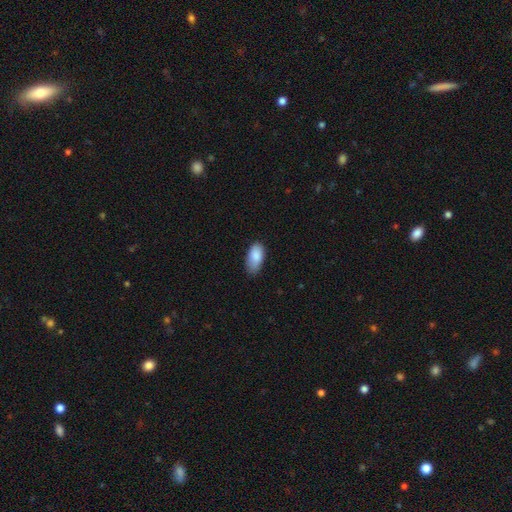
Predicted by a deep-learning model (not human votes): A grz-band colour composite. It shows a smooth galaxy with no disk features (87%) that is in between round and cigar-shaped (93%). Merging: none (66%).